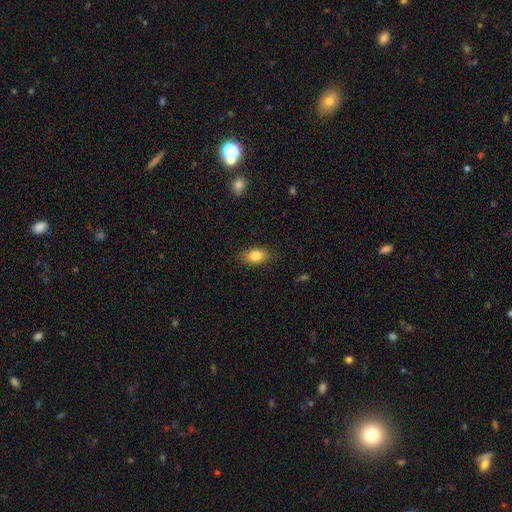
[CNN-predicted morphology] Smooth or featured? smooth (83%)
How rounded? in between (86%)
Merging? none (85%)